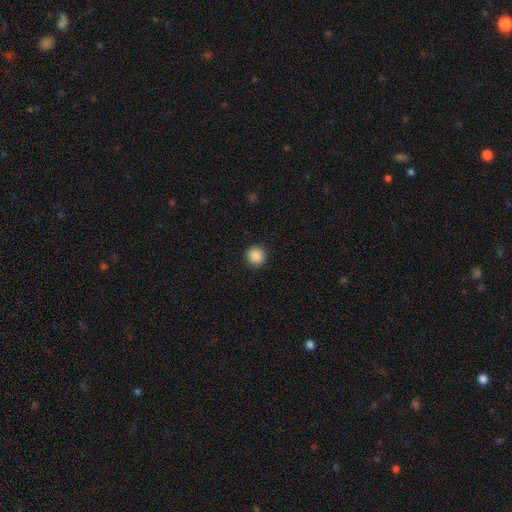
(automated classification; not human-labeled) Overall: smooth (88%). How rounded: round (95%). Merging: none (92%).